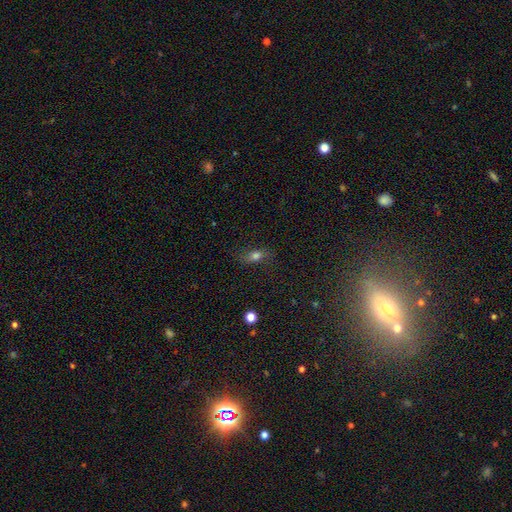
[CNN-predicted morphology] The model was most divided on "merging": none: 75%, minor disturbance: 17%, major disturbance: 6%, merger: 2%. More confident: how rounded — in between (74%); smooth or featured — smooth (73%).